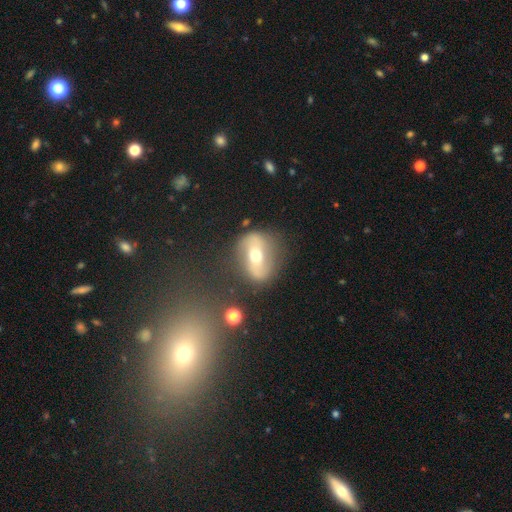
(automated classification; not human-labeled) The model was most divided on "bar": strong: 40%, weak: 31%, no: 29%. More confident: edge-on disk — no (92%); bulge size — moderate (75%); spiral arms — yes (73%); merging — none (73%); smooth or featured — featured or disk (69%).